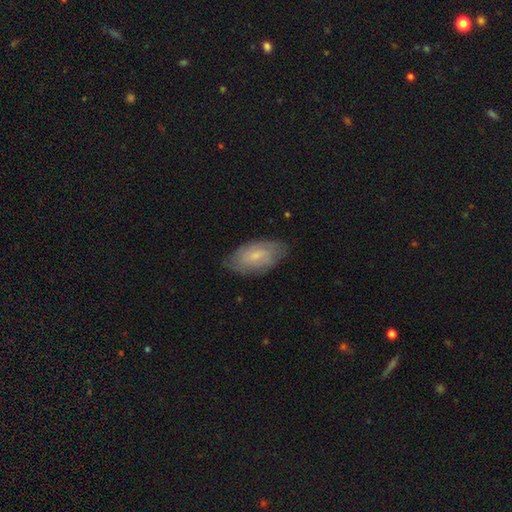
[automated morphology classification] The model was most divided on "smooth or featured": smooth: 54%, featured or disk: 39%, star or artifact: 7%. More confident: how rounded — in between (93%); merging — none (74%).